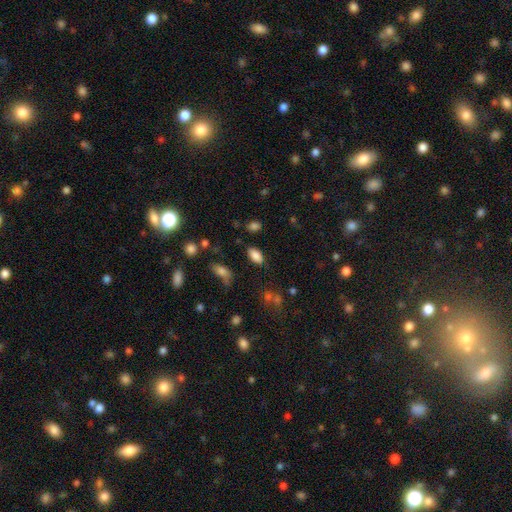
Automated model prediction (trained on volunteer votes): Smooth or featured?
  - smooth: 84% *
  - star or artifact: 10%
  - featured or disk: 6%
How rounded?
  - in between: 93% *
  - round: 4%
  - cigar-shaped: 3%
Merging?
  - none: 82% *
  - minor disturbance: 12%
  - major disturbance: 3%
  - merger: 3%